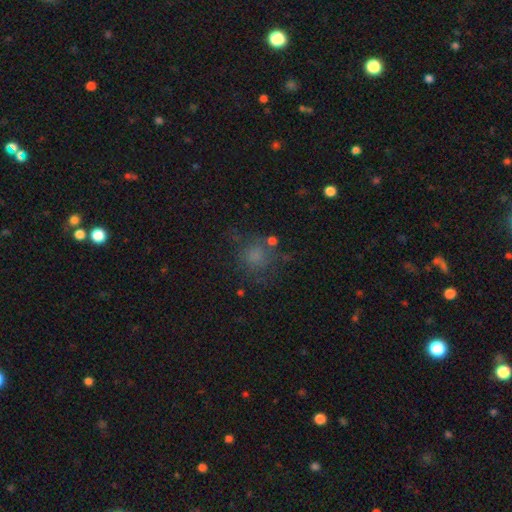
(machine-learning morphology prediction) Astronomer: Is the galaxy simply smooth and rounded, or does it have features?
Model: smooth — 67%.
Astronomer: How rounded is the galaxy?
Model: round — 83%.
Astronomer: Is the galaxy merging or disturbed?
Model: none — 60%.